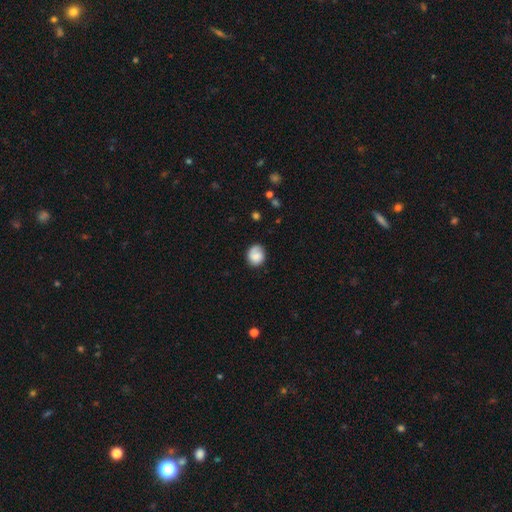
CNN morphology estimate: A smooth galaxy with no disk features (73%) that is round (71%). Merging: none (68%).